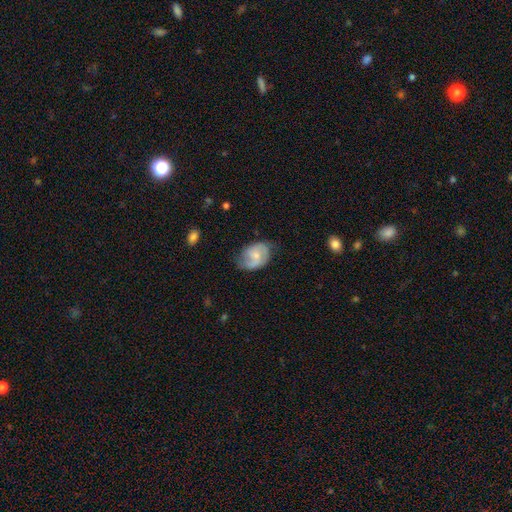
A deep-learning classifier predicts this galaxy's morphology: Smooth or featured: featured or disk — 61% (smooth — 32%)
Edge-on disk: no — 97% (yes — 3%)
Bar: no — 53% (weak — 40%)
Spiral arms: yes — 87% (no — 13%)
Spiral winding: medium — 45% (loose — 31%)
Spiral arm count: 2 — 77% (can't tell — 11%)
Bulge size: small — 52% (moderate — 40%)
Merging: none — 61% (minor disturbance — 28%)